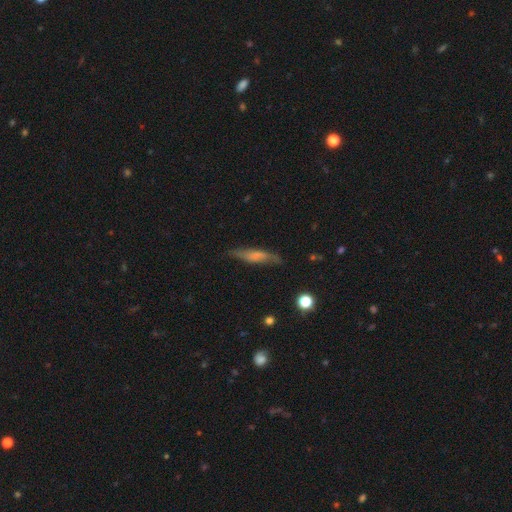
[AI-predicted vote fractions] Q: Smooth or featured?
A: smooth (56%); runner-up: featured or disk (36%)
Q: How rounded?
A: cigar-shaped (78%); runner-up: in between (20%)
Q: Merging?
A: none (73%); runner-up: minor disturbance (20%)